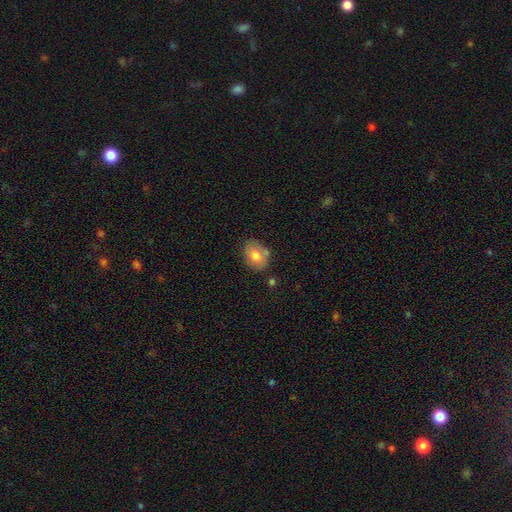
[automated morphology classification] Smooth or featured?
  - smooth: 76% *
  - featured or disk: 16%
  - star or artifact: 8%
How rounded?
  - in between: 62% *
  - round: 37%
  - cigar-shaped: 1%
Merging?
  - none: 74% *
  - minor disturbance: 16%
  - merger: 6%
  - major disturbance: 3%